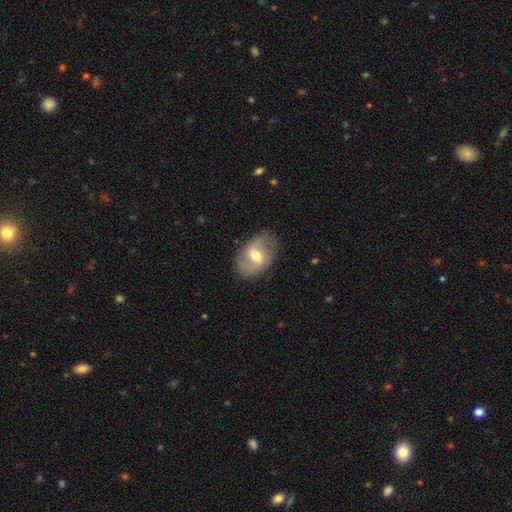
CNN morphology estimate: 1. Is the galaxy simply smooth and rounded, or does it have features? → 61% featured or disk, 32% smooth, 7% star or artifact.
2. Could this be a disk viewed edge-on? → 95% no, 5% yes.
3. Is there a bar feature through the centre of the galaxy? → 53% weak, 24% no, 23% strong.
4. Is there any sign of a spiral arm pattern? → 72% yes, 28% no.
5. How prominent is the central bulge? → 70% moderate, 22% small, 6% large, 1% none, 1% dominant.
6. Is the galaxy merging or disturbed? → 80% none, 14% minor disturbance, 5% major disturbance, 1% merger.